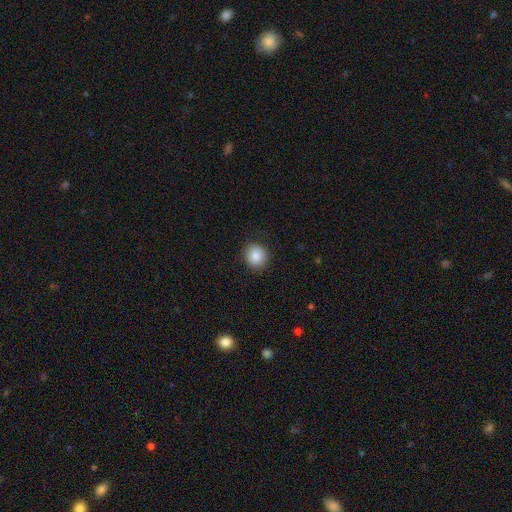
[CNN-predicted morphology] Q: Smooth or featured?
A: smooth (86%); runner-up: star or artifact (9%)
Q: How rounded?
A: round (84%); runner-up: in between (15%)
Q: Merging?
A: none (88%); runner-up: minor disturbance (9%)